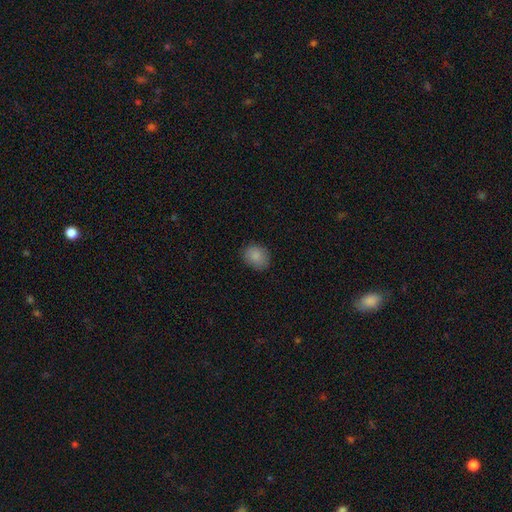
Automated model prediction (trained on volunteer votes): A smooth galaxy with no disk features (86%) that is round (57%).

Vote fractions:
- Smooth or featured? smooth: 86% / star or artifact: 9% / featured or disk: 5%
- How rounded? round: 57% / in between: 42% / cigar-shaped: 1%
- Merging? none: 84% / minor disturbance: 12% / major disturbance: 3% / merger: 1%